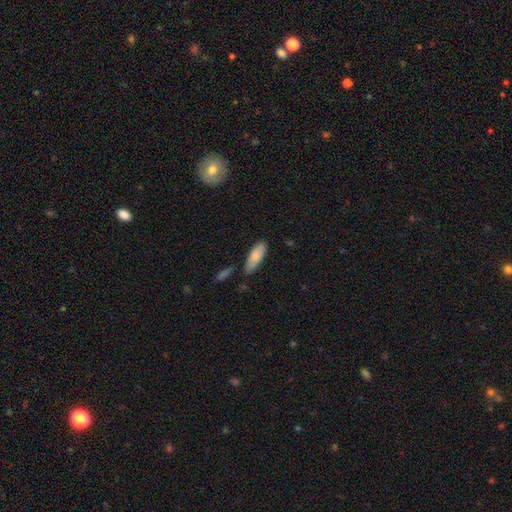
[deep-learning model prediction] A smooth galaxy with no disk features (82%) that is in between round and cigar-shaped (72%).

Vote fractions:
- Smooth or featured? smooth: 82% / featured or disk: 13% / star or artifact: 6%
- How rounded? in between: 72% / cigar-shaped: 26% / round: 2%
- Merging? none: 70% / minor disturbance: 21% / merger: 5% / major disturbance: 4%